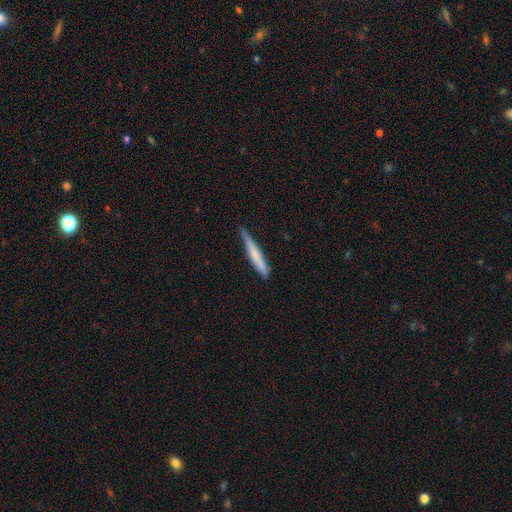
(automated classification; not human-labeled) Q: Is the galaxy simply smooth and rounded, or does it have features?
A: smooth — 65%.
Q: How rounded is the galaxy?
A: cigar-shaped — 95%.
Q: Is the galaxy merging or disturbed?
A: none — 74%.